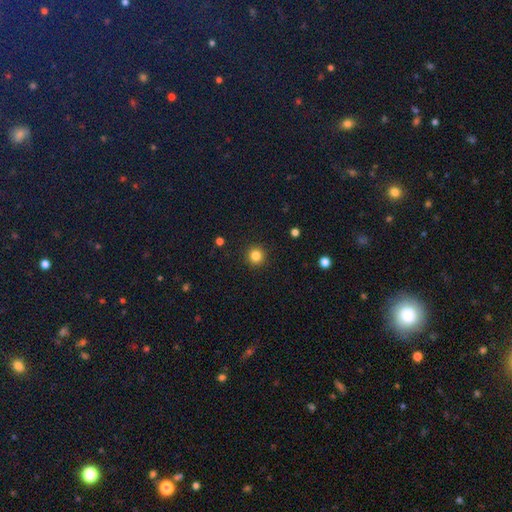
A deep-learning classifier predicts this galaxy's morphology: smooth 83%, star or artifact 12%, featured or disk 5%. Down the decision tree: how rounded — round (95%); merging — none (93%).